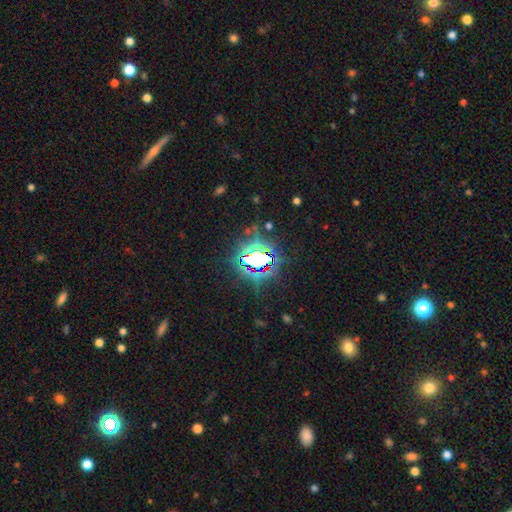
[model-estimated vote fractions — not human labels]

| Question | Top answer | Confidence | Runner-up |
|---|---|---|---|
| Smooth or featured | star or artifact | 77% | smooth (12%) |